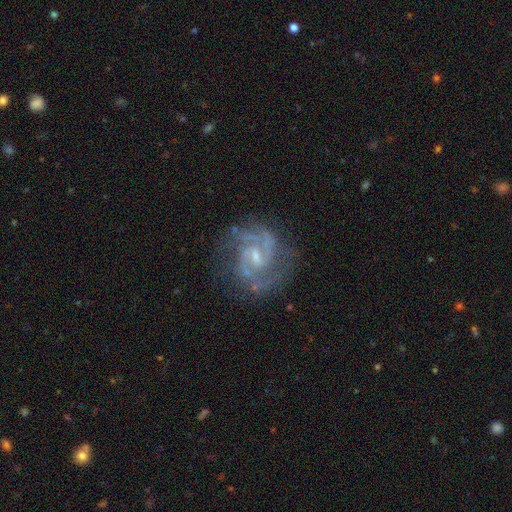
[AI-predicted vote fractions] This appears to be a featured or disk galaxy (91%) with a weak bar (58%), 2 (78%) medium (56%) spiral arms (98%) and a small central bulge (62%). Merging: none (75%).